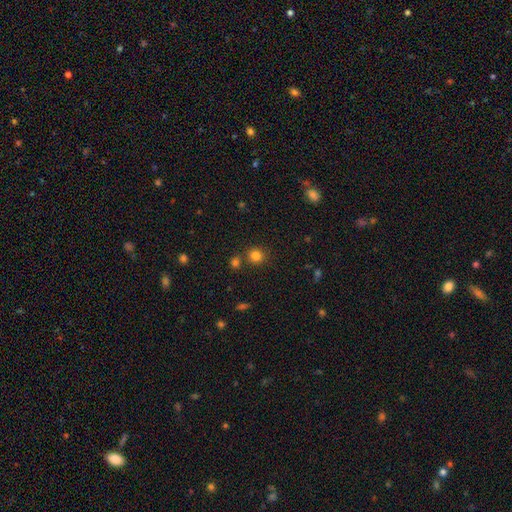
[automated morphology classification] Smooth or featured: smooth — 81% (star or artifact — 14%)
How rounded: round — 89% (in between — 10%)
Merging: none — 78% (merger — 12%)